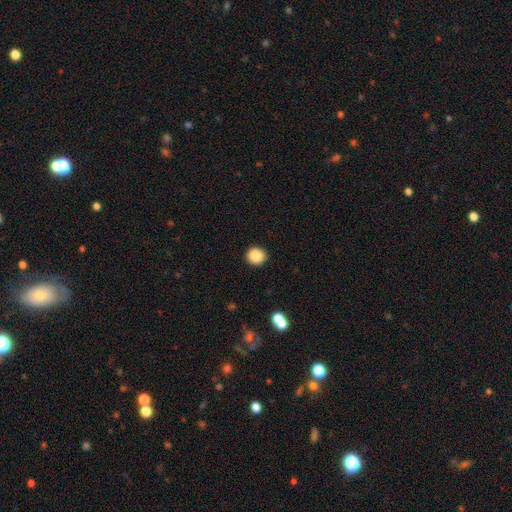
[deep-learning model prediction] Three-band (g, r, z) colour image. It shows a smooth galaxy with no disk features (87%) that is round (86%). Merging: none (90%).